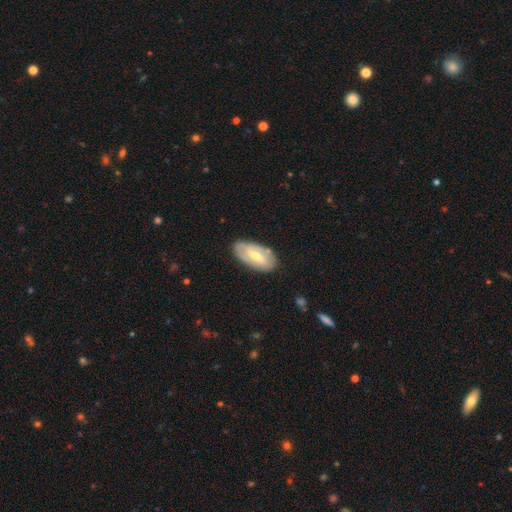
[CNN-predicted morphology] Overall: featured or disk (63%; smooth 31%). Edge-on disk: no (89%). Bar: strong (44%; weak 40%). Spiral arms: yes (60%; no 40%). Bulge size: moderate (59%; small 33%). Merging: none (80%).